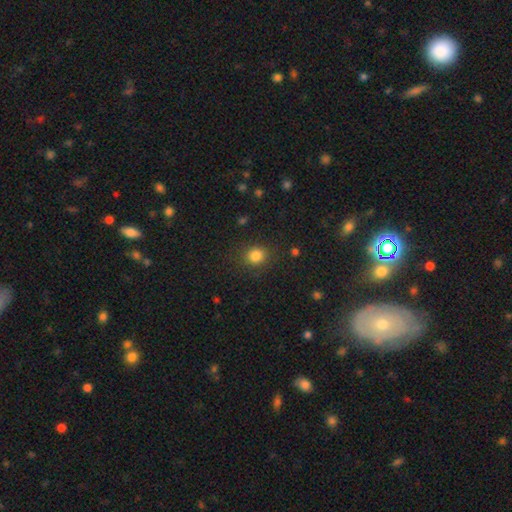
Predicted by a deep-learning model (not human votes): Overall: smooth (84%). How rounded: round (80%). Merging: none (85%).